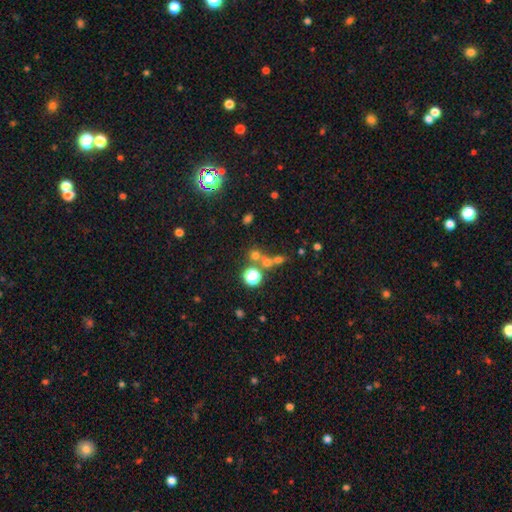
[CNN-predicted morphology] Smooth or featured? Predicted: star or artifact (p=0.58).